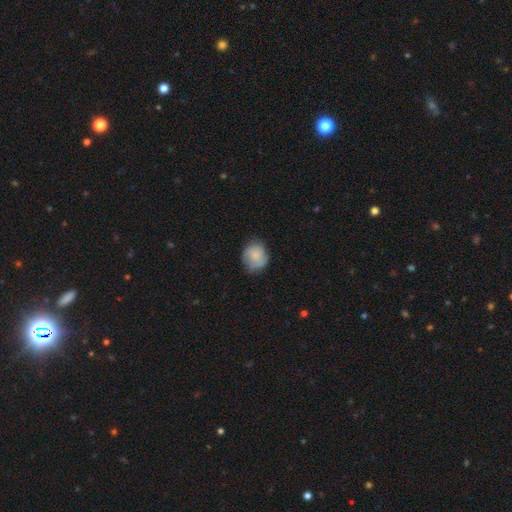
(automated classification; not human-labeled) The model was most divided on "smooth or featured": smooth: 65%, featured or disk: 27%, star or artifact: 8%. More confident: how rounded — round (77%); merging — none (68%).